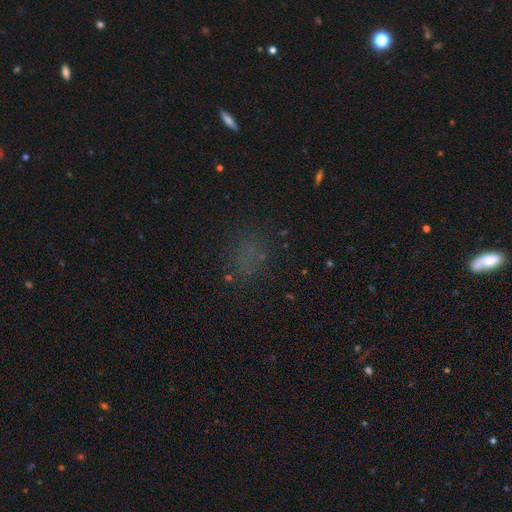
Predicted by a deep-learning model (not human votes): Overall: smooth (55%; star or artifact 33%). How rounded: round (53%; in between 44%). Merging: none (73%).